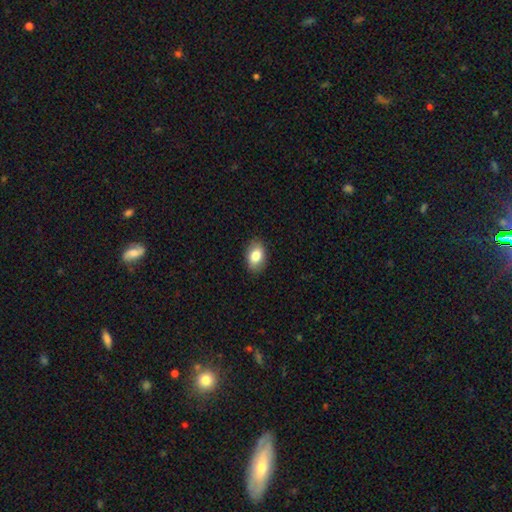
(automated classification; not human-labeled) Q: Smooth or featured?
A: smooth (83%); runner-up: featured or disk (10%)
Q: How rounded?
A: in between (88%); runner-up: round (11%)
Q: Merging?
A: none (88%); runner-up: minor disturbance (9%)